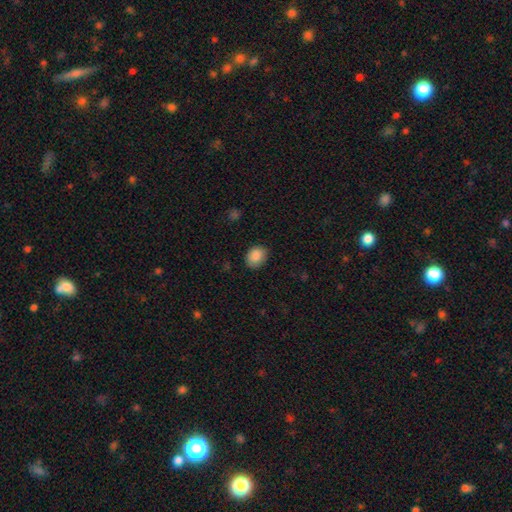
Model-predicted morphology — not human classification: Smooth or featured? smooth (87%)
How rounded? in between (50%)
Merging? none (84%)